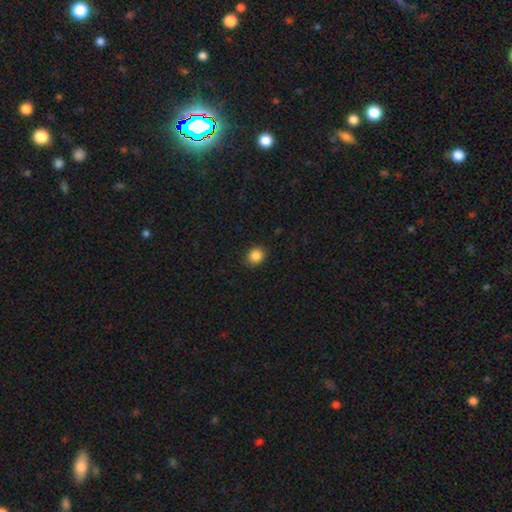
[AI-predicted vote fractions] smooth_or_featured: smooth (p=0.86) [alt: star or artifact p=0.10]
how_rounded: round (p=0.74) [alt: in between p=0.25]
merging: none (p=0.89) [alt: minor disturbance p=0.08]